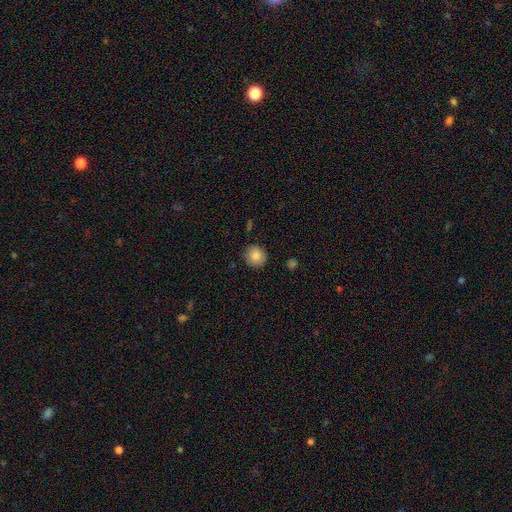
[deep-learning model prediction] The model was most divided on "how rounded": round: 88%, in between: 11%, cigar-shaped: 1%. More confident: merging — none (88%); smooth or featured — smooth (86%).